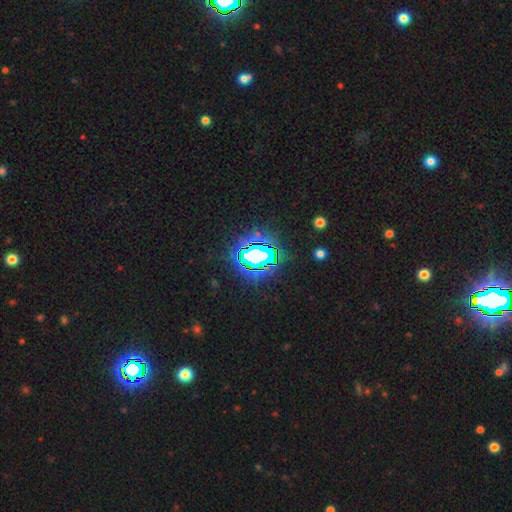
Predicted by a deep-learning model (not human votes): Smooth or featured: star or artifact — 72% (smooth — 15%)